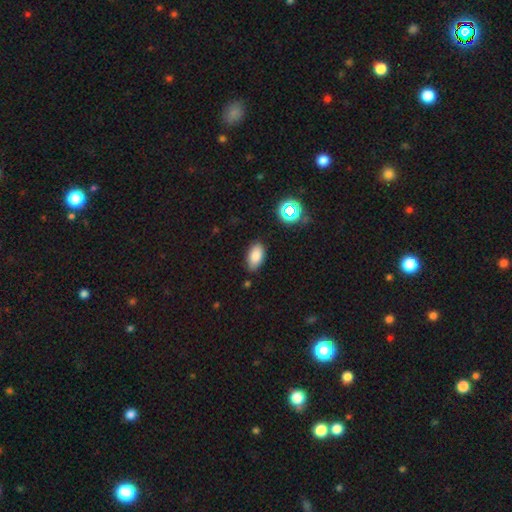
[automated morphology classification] smooth_or_featured: smooth (p=0.83) [alt: star or artifact p=0.10]
how_rounded: in between (p=0.93) [alt: round p=0.04]
merging: none (p=0.82) [alt: minor disturbance p=0.13]